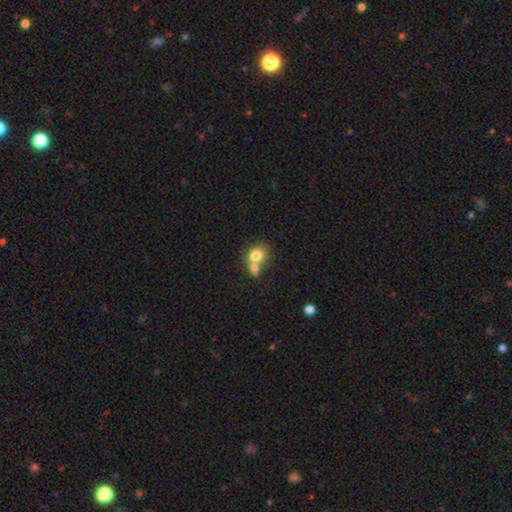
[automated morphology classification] The model was most divided on "how rounded": round: 63%, in between: 36%, cigar-shaped: 1%. More confident: smooth or featured — smooth (77%); merging — merger (57%).